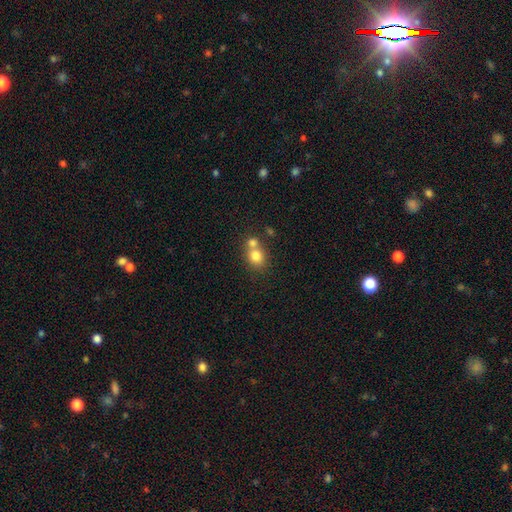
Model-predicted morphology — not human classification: smooth_or_featured: smooth (p=0.78) [alt: featured or disk p=0.11]
how_rounded: round (p=0.69) [alt: in between p=0.30]
merging: merger (p=0.49) [alt: none p=0.41]